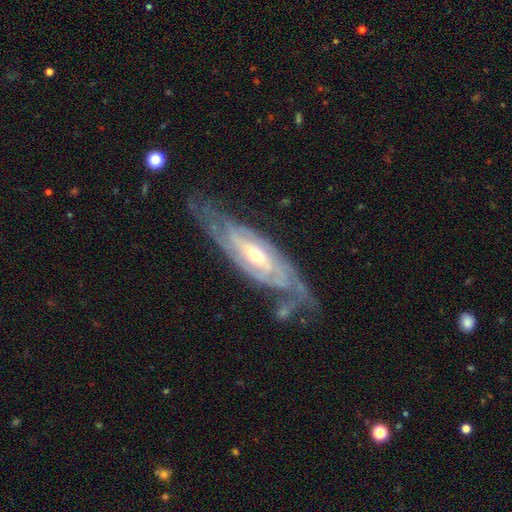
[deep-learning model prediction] featured or disk 88%, smooth 6%, star or artifact 5%. Down the decision tree: edge-on disk — no (84%); bar — weak (39%); spiral arms — yes (96%); spiral arm count — 2 (36%); spiral winding — tight (65%); bulge size — moderate (53%); merging — none (69%).